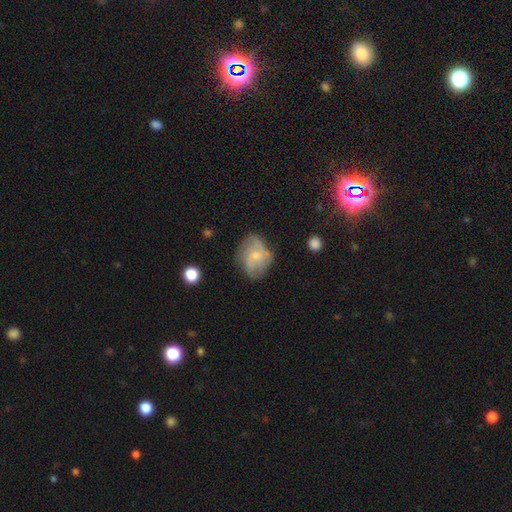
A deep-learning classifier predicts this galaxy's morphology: type=featured or disk (59%); edge-on=no (97%); bar=no (67%); spiral arms=yes (80%); bulge=small (62%); merging=none (55%).